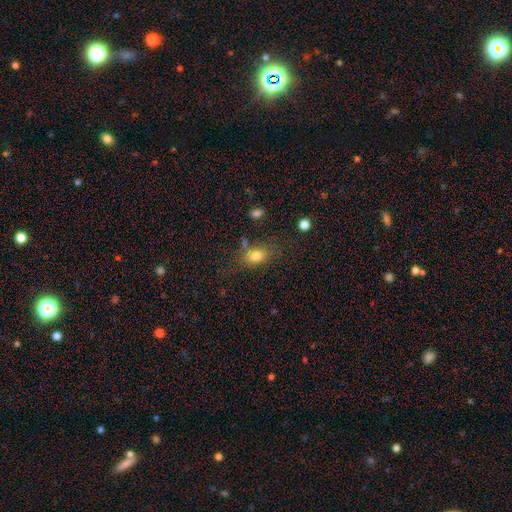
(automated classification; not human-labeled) smooth_or_featured: smooth (p=0.78) [alt: star or artifact p=0.11]
how_rounded: in between (p=0.72) [alt: round p=0.25]
merging: none (p=0.67) [alt: minor disturbance p=0.18]